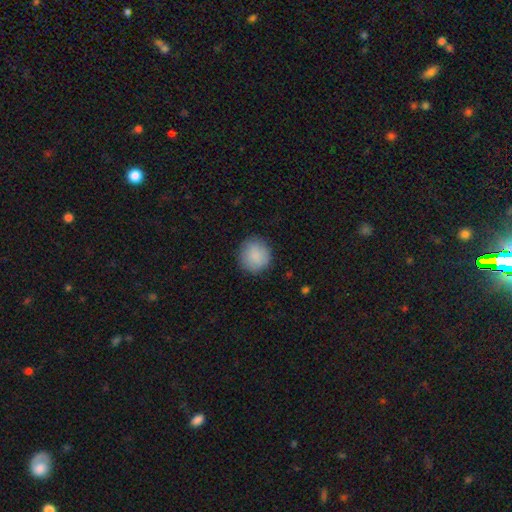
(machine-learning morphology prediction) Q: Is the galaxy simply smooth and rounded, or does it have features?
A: smooth — 89%.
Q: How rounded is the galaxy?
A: round — 91%.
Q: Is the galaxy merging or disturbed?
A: none — 87%.